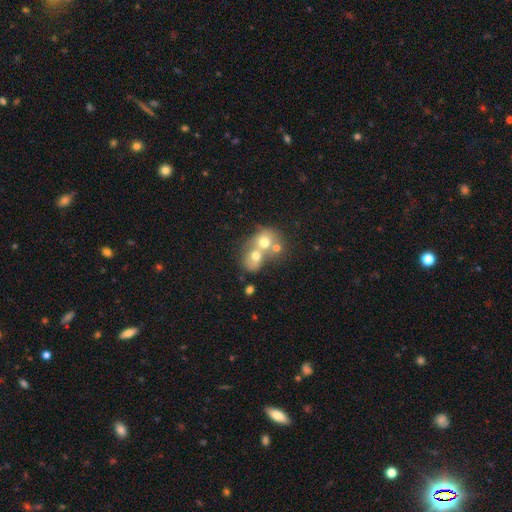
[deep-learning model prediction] Overall: smooth (60%; featured or disk 28%). How rounded: round (59%; in between 40%). Merging: merger (74%).